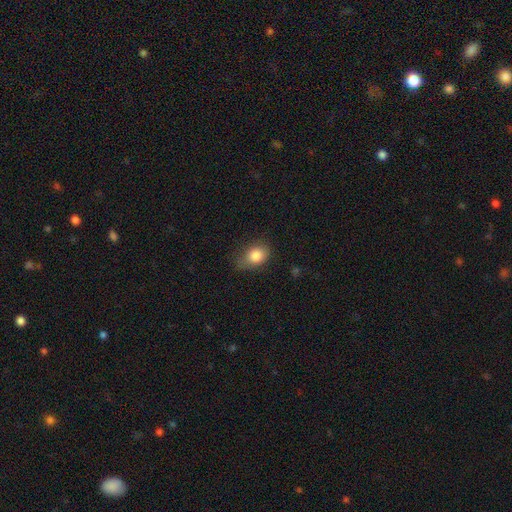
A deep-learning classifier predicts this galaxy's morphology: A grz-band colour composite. It shows a smooth galaxy with no disk features (83%) that is in between round and cigar-shaped (65%). Merging: none (58%).